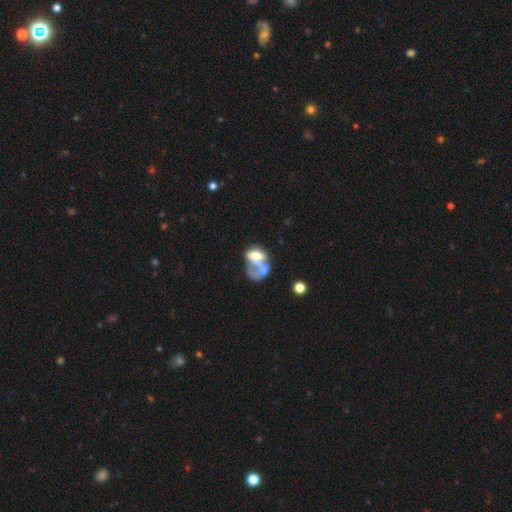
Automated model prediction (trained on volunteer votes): A featured or disk galaxy (51%). Merging: merger (42%).